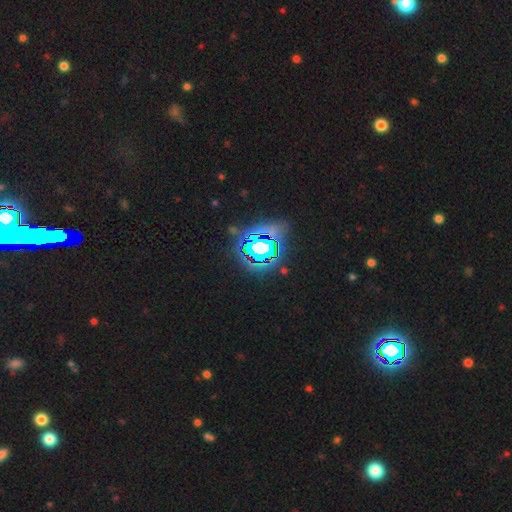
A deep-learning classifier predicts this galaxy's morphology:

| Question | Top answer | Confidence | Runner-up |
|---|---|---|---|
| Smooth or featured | star or artifact | 75% | smooth (14%) |